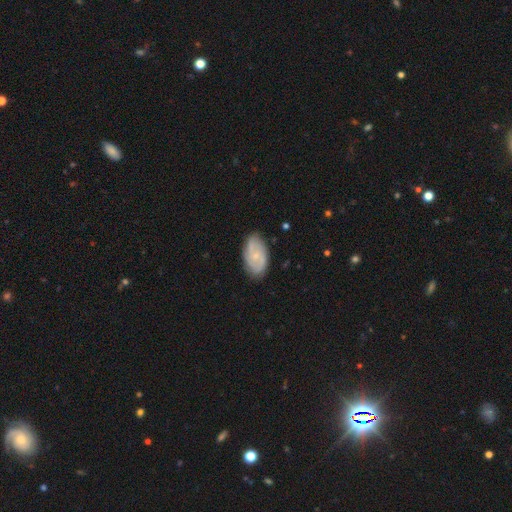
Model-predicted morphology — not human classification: Q: Smooth or featured?
A: featured or disk (62%); runner-up: smooth (31%)
Q: Edge-on disk?
A: no (96%); runner-up: yes (4%)
Q: Bar?
A: no (66%); runner-up: weak (29%)
Q: Spiral arms?
A: yes (87%); runner-up: no (13%)
Q: Spiral winding?
A: tight (47%); runner-up: medium (38%)
Q: Spiral arm count?
A: 2 (43%); runner-up: can't tell (30%)
Q: Bulge size?
A: small (72%); runner-up: moderate (19%)
Q: Merging?
A: none (80%); runner-up: minor disturbance (16%)